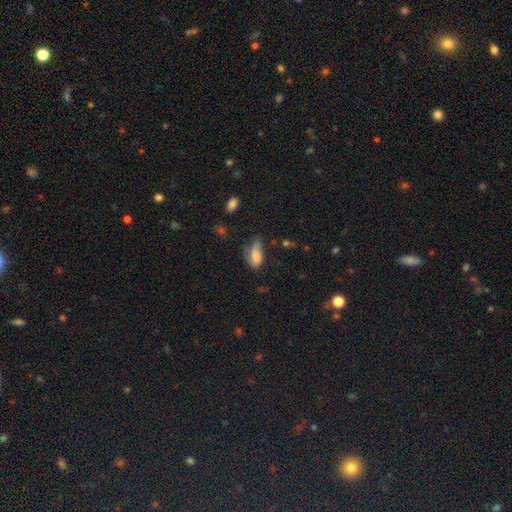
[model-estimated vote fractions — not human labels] Q: Smooth or featured?
A: smooth (73%); runner-up: featured or disk (18%)
Q: How rounded?
A: in between (88%); runner-up: cigar-shaped (8%)
Q: Merging?
A: none (39%); runner-up: minor disturbance (35%)